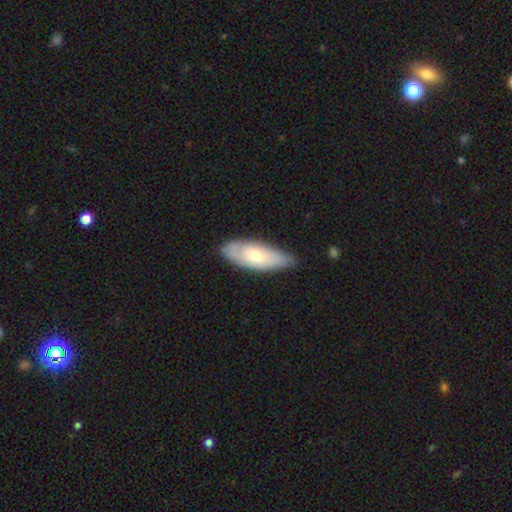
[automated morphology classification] Smooth or featured? Predicted: smooth (p=0.60). How rounded? Predicted: in between (p=0.74). Merging? Predicted: none (p=0.70).